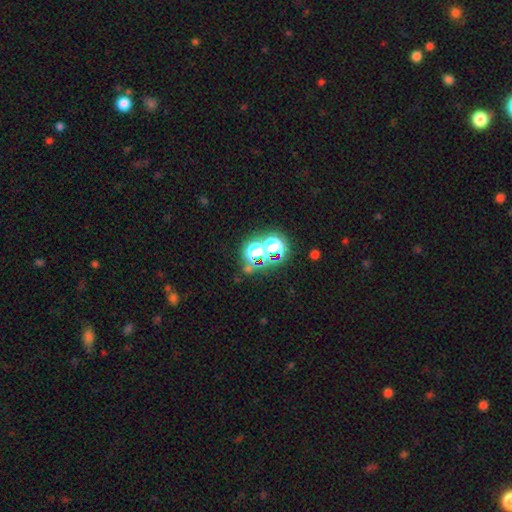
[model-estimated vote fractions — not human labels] smooth-or-featured: star or artifact: 71% | smooth: 20% | featured or disk: 9%